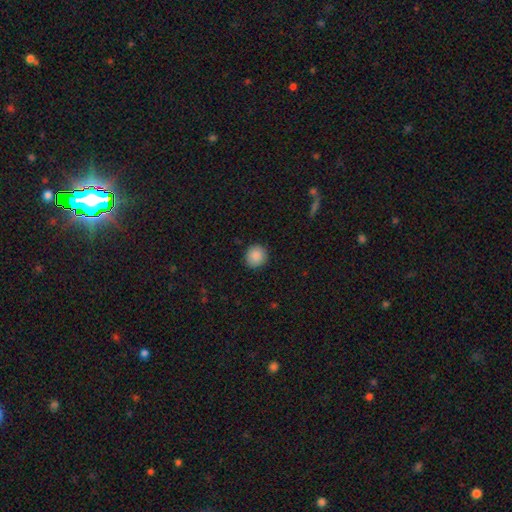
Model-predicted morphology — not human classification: Smooth or featured? smooth (89%)
How rounded? round (90%)
Merging? none (91%)